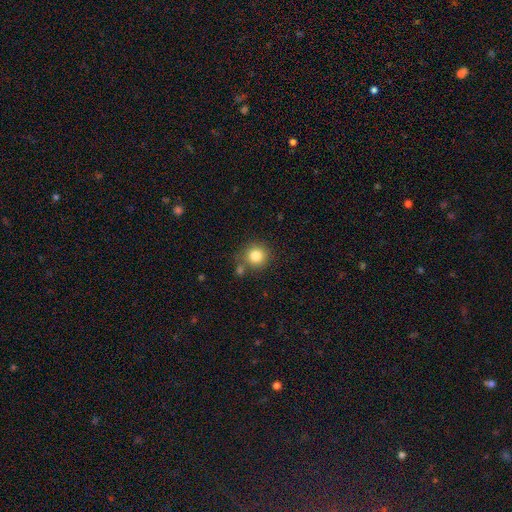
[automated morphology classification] A smooth galaxy with no disk features (84%) that is round (92%). Merging: none (73%).